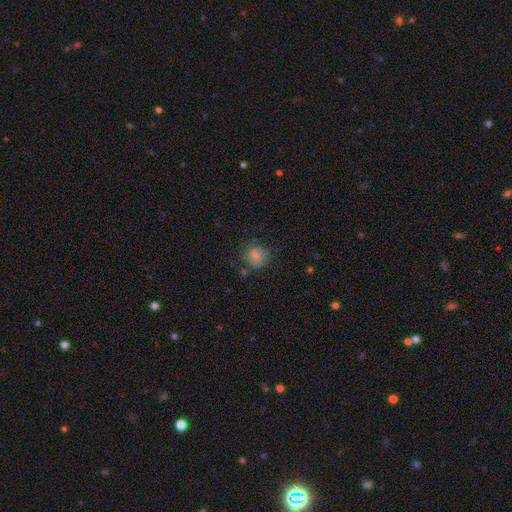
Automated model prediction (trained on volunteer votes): Smooth or featured?
  - smooth: 78% *
  - featured or disk: 11%
  - star or artifact: 11%
How rounded?
  - round: 77% *
  - in between: 22%
  - cigar-shaped: 1%
Merging?
  - none: 68% *
  - minor disturbance: 20%
  - major disturbance: 8%
  - merger: 4%